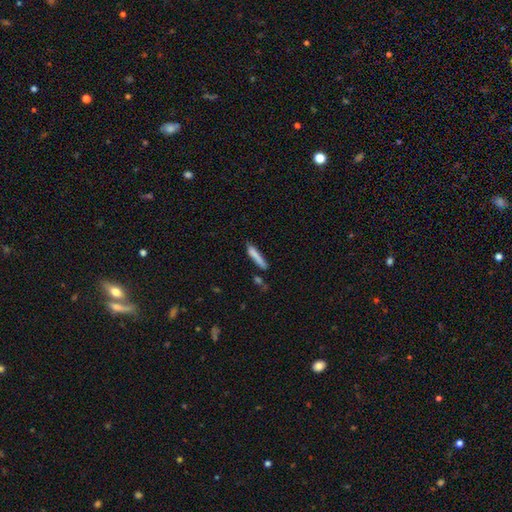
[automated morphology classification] Smooth or featured?
  - smooth: 79% *
  - featured or disk: 14%
  - star or artifact: 7%
How rounded?
  - cigar-shaped: 91% *
  - in between: 8%
  - round: 1%
Merging?
  - none: 71% *
  - minor disturbance: 18%
  - merger: 7%
  - major disturbance: 4%